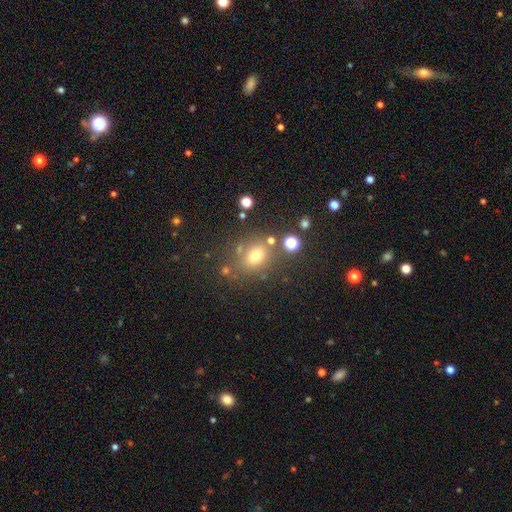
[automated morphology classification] Q: Smooth or featured?
A: smooth (68%); runner-up: star or artifact (20%)
Q: How rounded?
A: round (49%); tied with: in between (49%)
Q: Merging?
A: none (71%); runner-up: minor disturbance (14%)